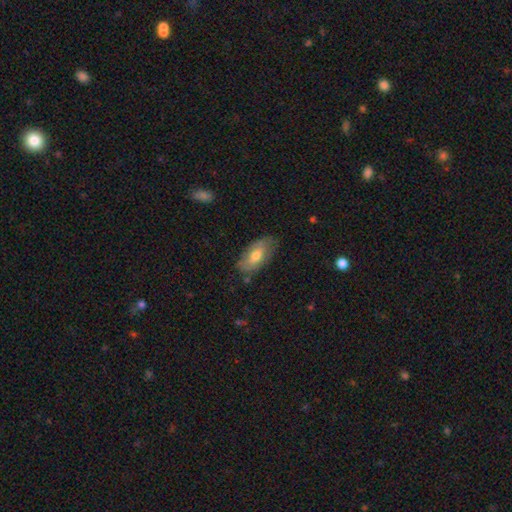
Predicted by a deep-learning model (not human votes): This is likely a smooth galaxy (61%). How rounded: clearly in between (90%). Merging: likely none (74%).